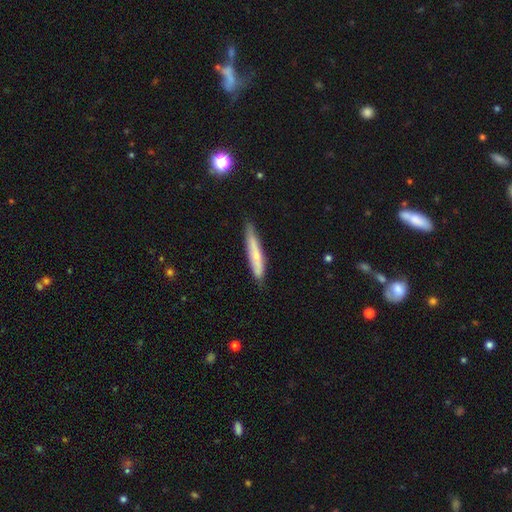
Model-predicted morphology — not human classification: A smooth galaxy with no disk features (53%) that is cigar-shaped (89%).

Vote fractions:
- Smooth or featured? smooth: 53% / featured or disk: 41% / star or artifact: 6%
- How rounded? cigar-shaped: 89% / in between: 9% / round: 2%
- Merging? none: 76% / minor disturbance: 20% / major disturbance: 3% / merger: 2%